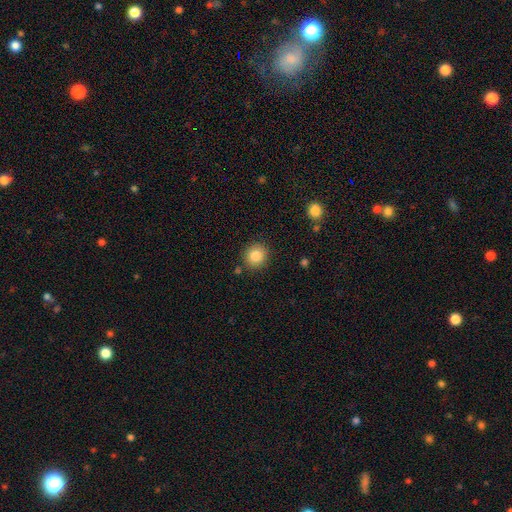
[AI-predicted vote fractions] Smooth or featured? smooth (84%)
How rounded? round (88%)
Merging? none (88%)